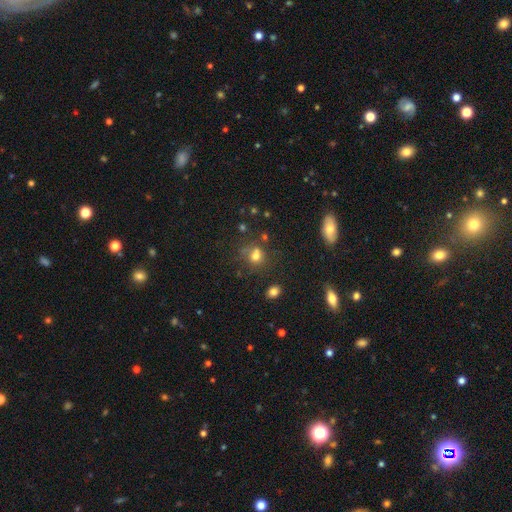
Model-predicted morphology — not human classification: Q: Smooth or featured?
A: smooth (70%); runner-up: star or artifact (18%)
Q: How rounded?
A: round (70%); runner-up: in between (29%)
Q: Merging?
A: none (57%); runner-up: merger (19%)